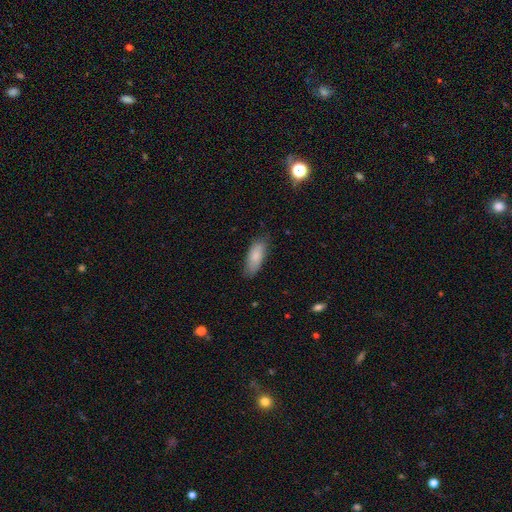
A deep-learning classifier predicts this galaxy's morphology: smooth 83%, featured or disk 11%, star or artifact 6%. Down the decision tree: how rounded — in between (77%); merging — none (77%).